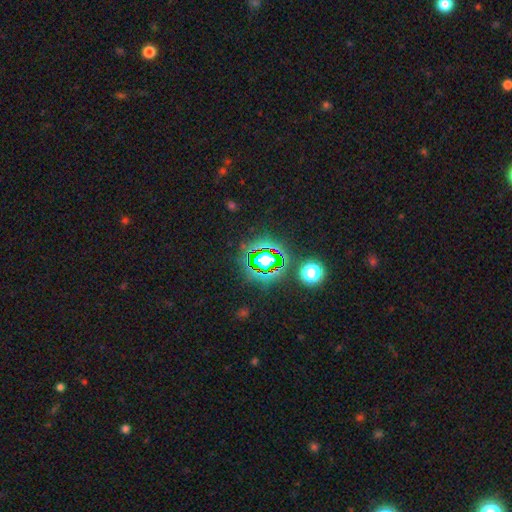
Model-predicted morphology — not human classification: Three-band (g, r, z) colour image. It shows a star or artifact, not a galaxy (78%).